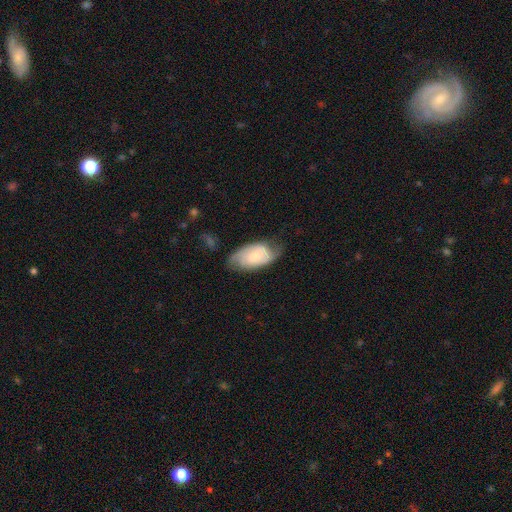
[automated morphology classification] smooth_or_featured: featured or disk (p=0.51) [alt: smooth p=0.43]
disk_edge_on: no (p=0.94) [alt: yes p=0.06]
merging: none (p=0.57) [alt: minor disturbance p=0.31]